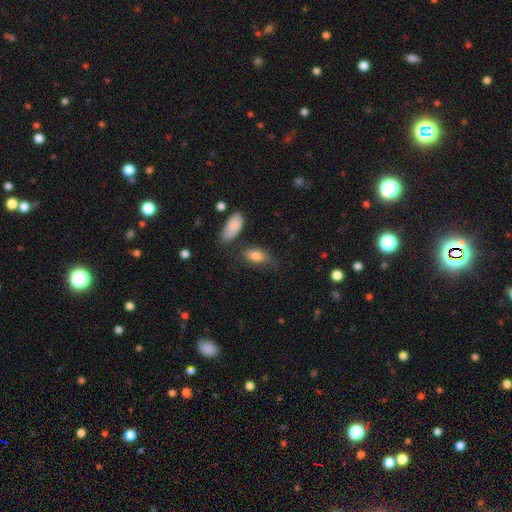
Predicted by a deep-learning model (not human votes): This appears to be a smooth galaxy with no disk features (79%) that is in between round and cigar-shaped (87%). Merging: none (61%).